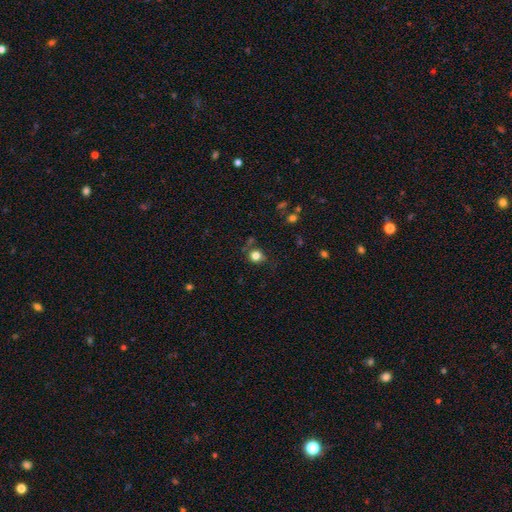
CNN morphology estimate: Smooth or featured? Predicted: smooth (p=0.80). How rounded? Predicted: round (p=0.85). Merging? Predicted: none (p=0.73).